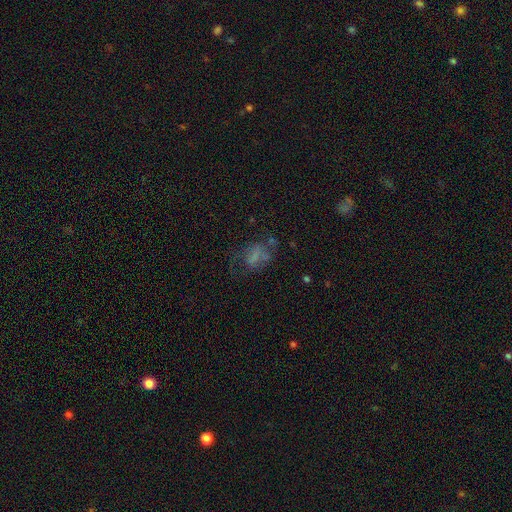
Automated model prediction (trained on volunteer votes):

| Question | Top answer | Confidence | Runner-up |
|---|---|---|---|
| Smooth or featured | smooth | 50% | featured or disk (31%) |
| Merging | none | 39% | major disturbance (32%) |